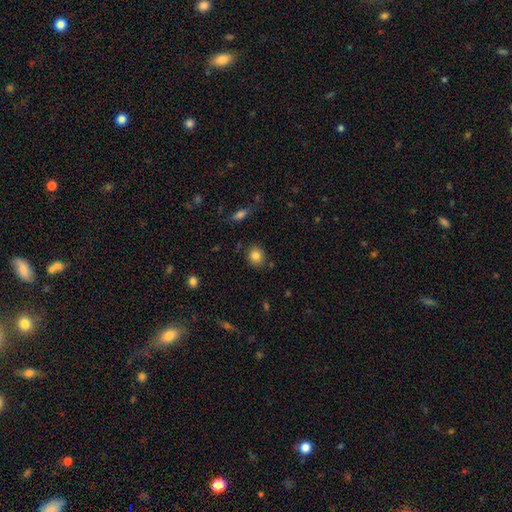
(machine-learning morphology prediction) The model was most divided on "how rounded": round: 78%, in between: 21%, cigar-shaped: 1%. More confident: merging — none (86%); smooth or featured — smooth (84%).